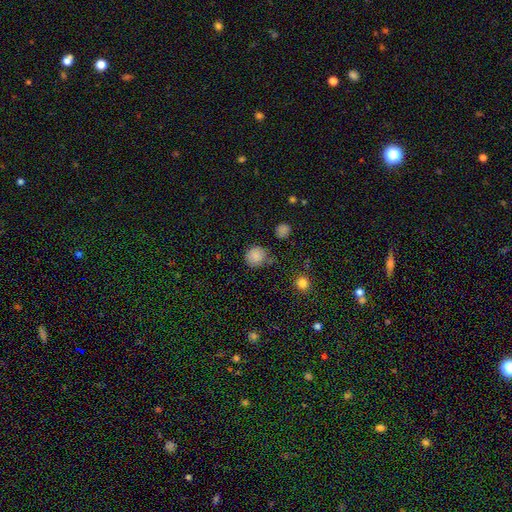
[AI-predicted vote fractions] smooth_or_featured: smooth (p=0.83) [alt: star or artifact p=0.13]
how_rounded: round (p=0.90) [alt: in between p=0.09]
merging: none (p=0.73) [alt: minor disturbance p=0.17]